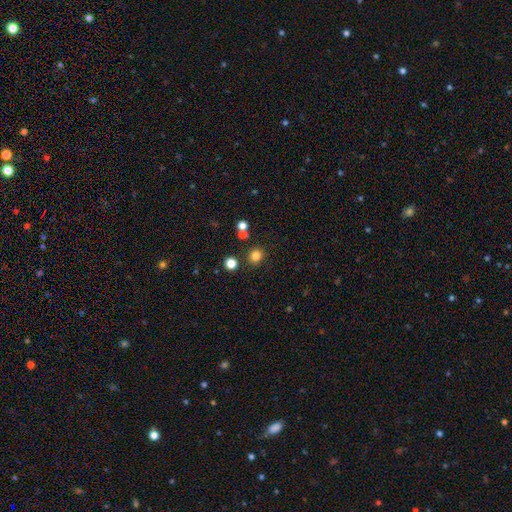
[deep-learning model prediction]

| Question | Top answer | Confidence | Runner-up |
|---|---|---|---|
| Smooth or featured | smooth | 80% | star or artifact (15%) |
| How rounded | round | 85% | in between (14%) |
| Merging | none | 83% | minor disturbance (8%) |